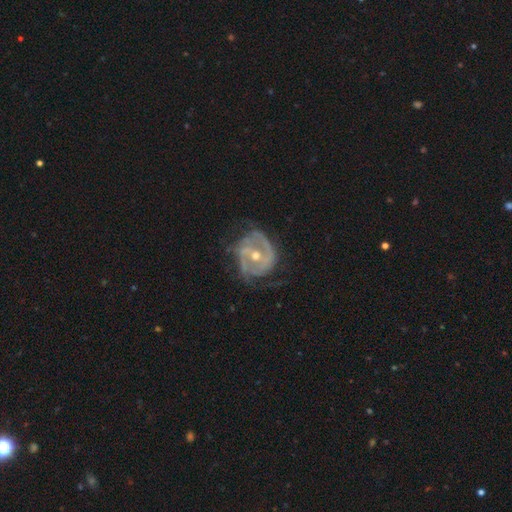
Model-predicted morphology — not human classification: Smooth or featured? Predicted: featured or disk (p=0.87). Edge-on disk? Predicted: no (p=0.97). Bar? Predicted: no (p=0.41). Spiral arms? Predicted: yes (p=0.90). Spiral winding? Predicted: tight (p=0.49). Spiral arm count? Predicted: 2 (p=0.53). Bulge size? Predicted: moderate (p=0.60). Merging? Predicted: none (p=0.61).